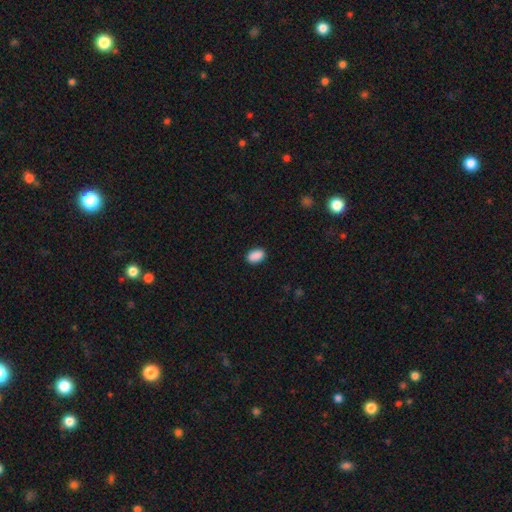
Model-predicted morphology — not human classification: Smooth or featured: smooth — 89% (star or artifact — 8%)
How rounded: in between — 89% (round — 9%)
Merging: none — 88% (minor disturbance — 9%)